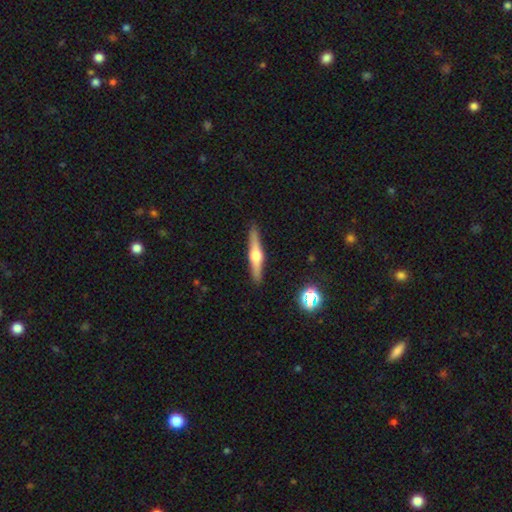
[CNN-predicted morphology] The model was most divided on "smooth or featured": featured or disk: 68%, smooth: 26%, star or artifact: 6%. More confident: edge-on disk — yes (97%); edge-on bulge — rounded (92%); merging — none (90%).